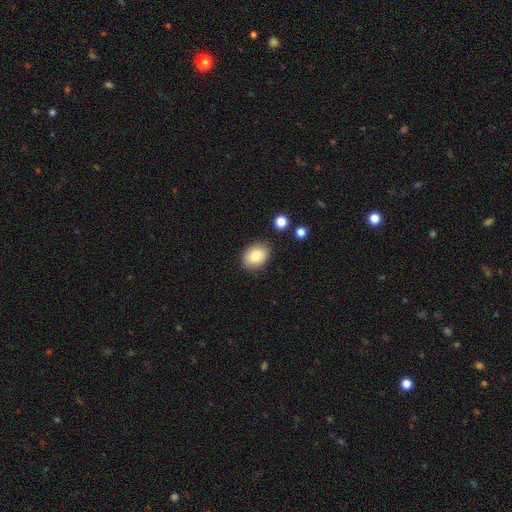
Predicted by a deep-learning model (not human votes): smooth-or-featured: smooth: 82% | featured or disk: 10% | star or artifact: 8%
  how-rounded: in between: 70% | round: 29% | cigar-shaped: 1%
  merging: none: 85% | minor disturbance: 11% | major disturbance: 3% | merger: 2%